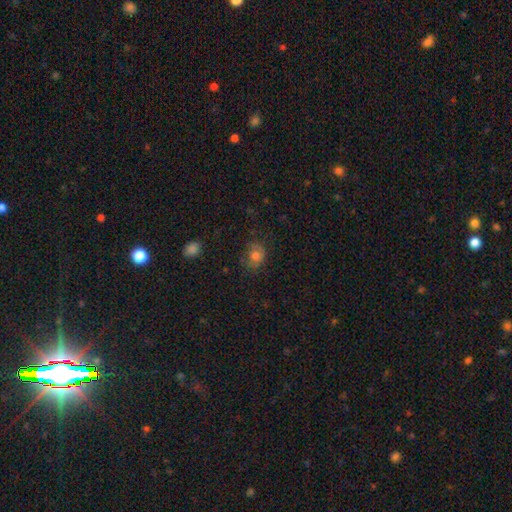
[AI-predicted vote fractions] This appears to be a smooth galaxy with no disk features (73%) that is round (53%). Merging: none (66%).